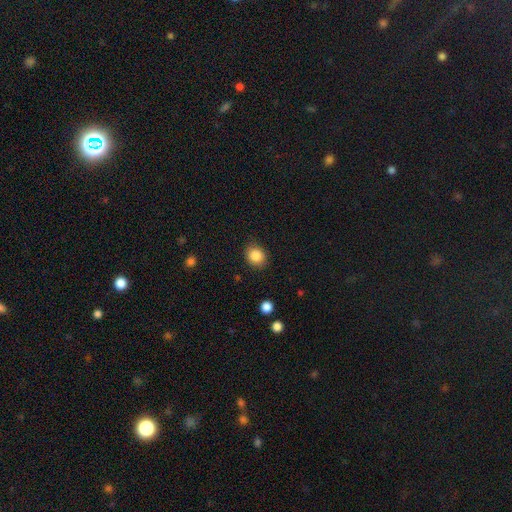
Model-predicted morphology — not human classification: Overall: smooth (86%). How rounded: round (66%; in between 33%). Merging: none (85%).